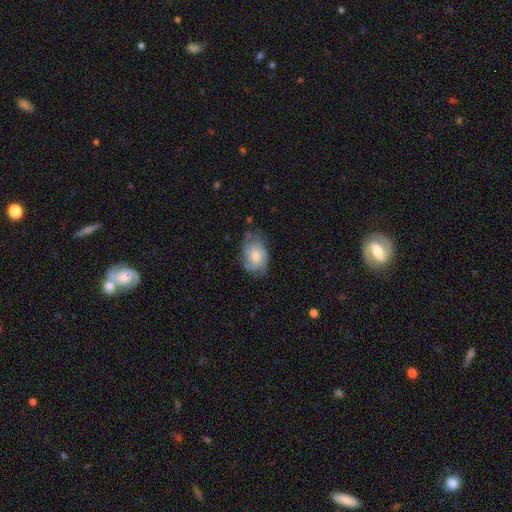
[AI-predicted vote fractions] Smooth or featured? featured or disk (51%)
Edge-on disk? no (96%)
Merging? none (56%)